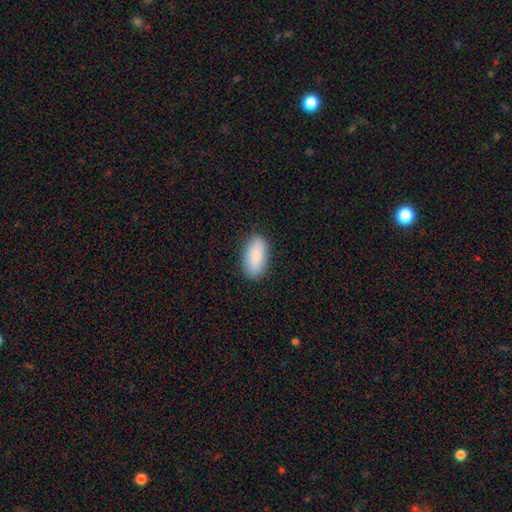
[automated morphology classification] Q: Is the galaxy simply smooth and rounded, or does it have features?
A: smooth — 87%.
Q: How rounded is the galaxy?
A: in between — 93%.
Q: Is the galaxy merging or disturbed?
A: none — 87%.